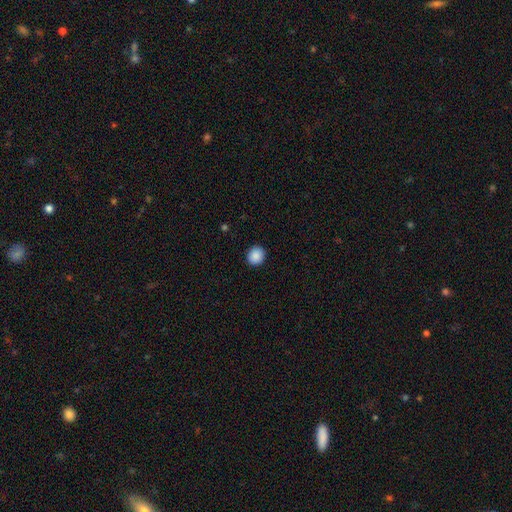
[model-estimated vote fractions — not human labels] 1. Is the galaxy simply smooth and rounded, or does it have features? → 89% smooth, 8% star or artifact, 3% featured or disk.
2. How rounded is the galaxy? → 86% round, 13% in between, 1% cigar-shaped.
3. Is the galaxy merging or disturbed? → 92% none, 5% minor disturbance, 2% major disturbance, 1% merger.